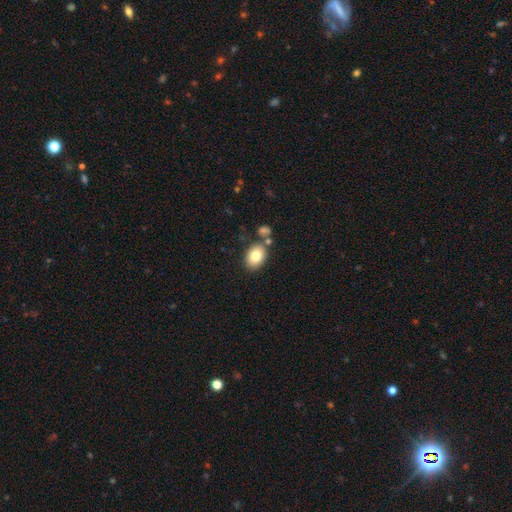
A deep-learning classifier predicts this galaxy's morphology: The model was most divided on "how rounded": in between: 74%, round: 25%, cigar-shaped: 1%. More confident: smooth or featured — smooth (81%); merging — none (74%).